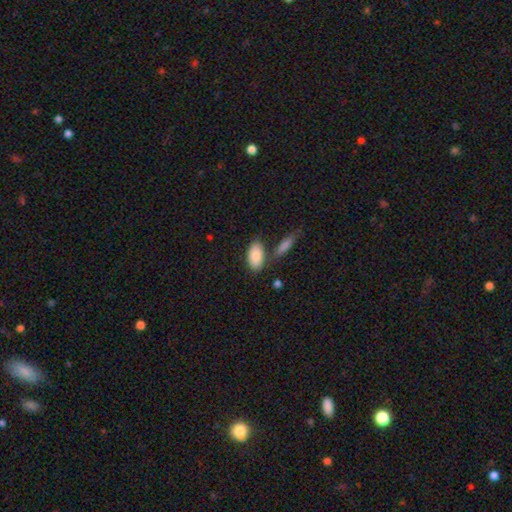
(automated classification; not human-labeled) A smooth galaxy with no disk features (87%) that is in between round and cigar-shaped (92%).

Vote fractions:
- Smooth or featured? smooth: 87% / featured or disk: 7% / star or artifact: 6%
- How rounded? in between: 92% / cigar-shaped: 4% / round: 3%
- Merging? none: 67% / merger: 15% / minor disturbance: 14% / major disturbance: 4%